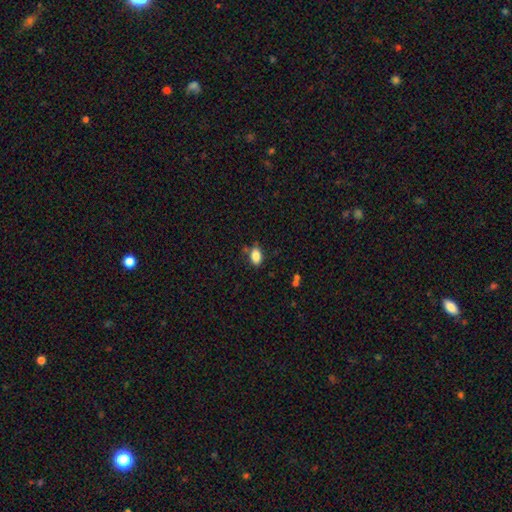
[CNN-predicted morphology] This appears to be a smooth galaxy with no disk features (85%) that is in between round and cigar-shaped (88%). Merging: none (74%).